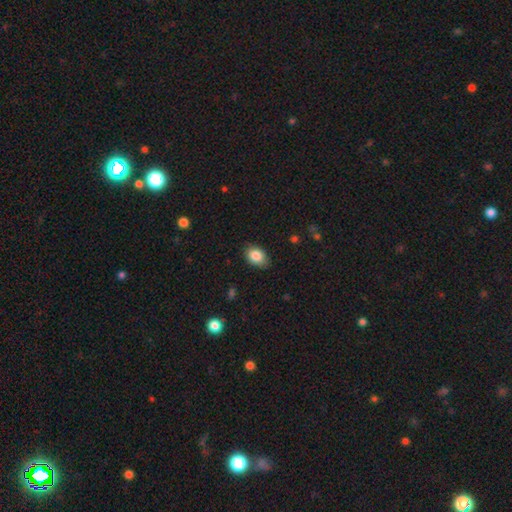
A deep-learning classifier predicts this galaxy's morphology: Overall: smooth (85%). How rounded: in between (78%). Merging: none (82%).